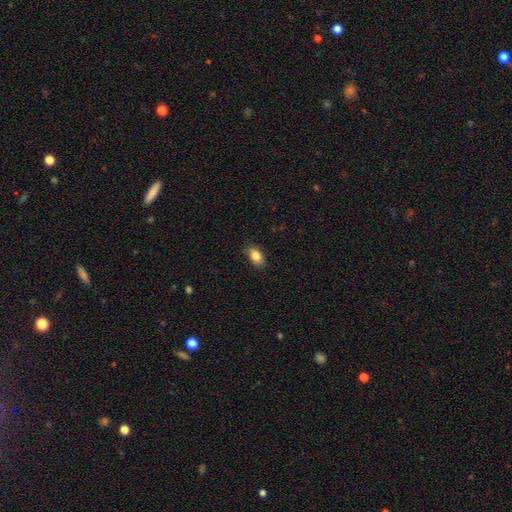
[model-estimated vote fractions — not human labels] Smooth or featured? Predicted: smooth (p=0.84). How rounded? Predicted: in between (p=0.89). Merging? Predicted: none (p=0.87).